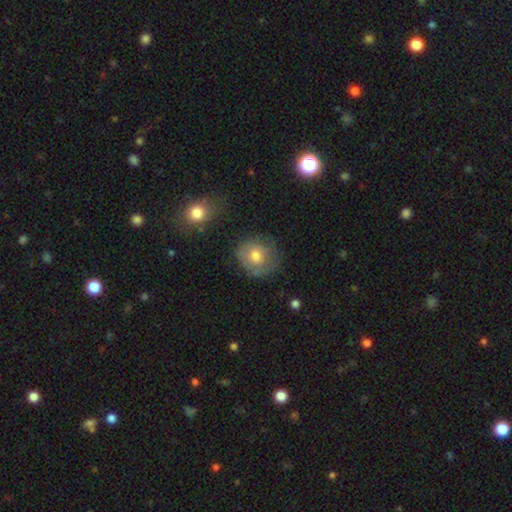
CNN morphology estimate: smooth_or_featured: smooth (p=0.64) [alt: featured or disk p=0.27]
how_rounded: round (p=0.80) [alt: in between p=0.19]
merging: none (p=0.63) [alt: minor disturbance p=0.24]